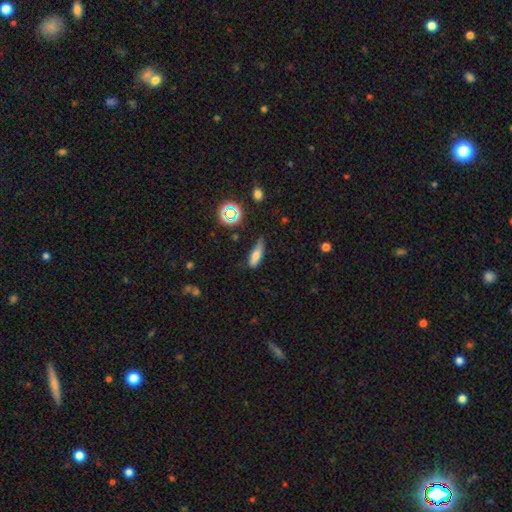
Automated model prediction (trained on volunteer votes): Smooth or featured?
  - smooth: 73% *
  - featured or disk: 14%
  - star or artifact: 13%
How rounded?
  - in between: 52% *
  - cigar-shaped: 44%
  - round: 4%
Merging?
  - none: 55% *
  - minor disturbance: 33%
  - major disturbance: 8%
  - merger: 3%